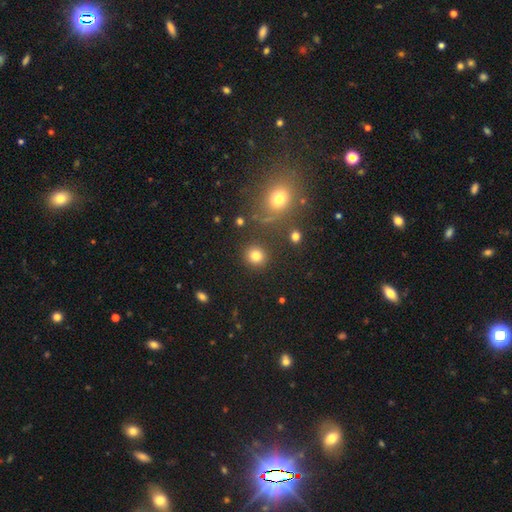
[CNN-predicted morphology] smooth-or-featured: smooth: 80% | star or artifact: 14% | featured or disk: 6%
  how-rounded: round: 89% | in between: 10% | cigar-shaped: 1%
  merging: none: 88% | minor disturbance: 6% | merger: 3% | major disturbance: 3%